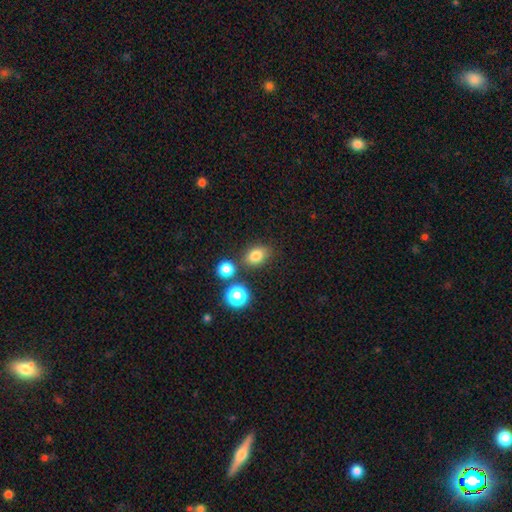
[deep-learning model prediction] Morphology: type=smooth (79%); roundness=in between (69%); merging=none (73%).